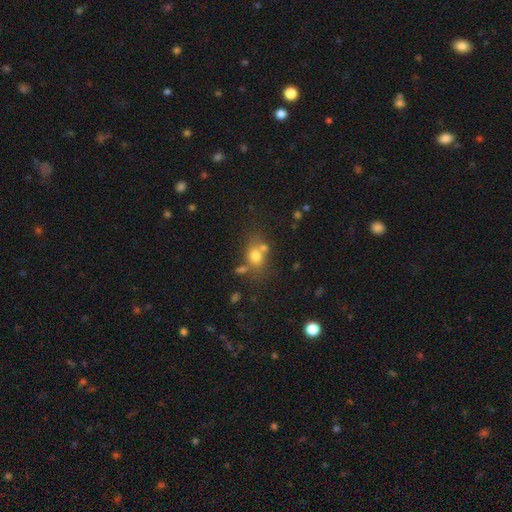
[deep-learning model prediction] smooth_or_featured: smooth (p=0.69) [alt: star or artifact p=0.16]
how_rounded: round (p=0.50) [alt: in between p=0.48]
merging: none (p=0.55) [alt: merger p=0.25]